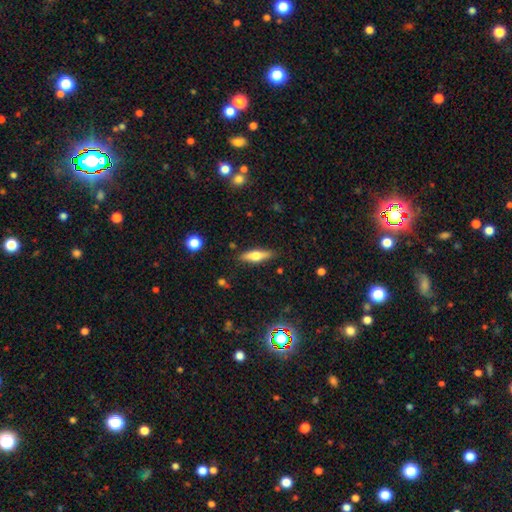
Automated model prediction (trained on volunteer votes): smooth-or-featured: smooth: 51% | featured or disk: 42% | star or artifact: 7%
  how-rounded: cigar-shaped: 57% | in between: 40% | round: 3%
  merging: none: 86% | minor disturbance: 10% | major disturbance: 2% | merger: 2%